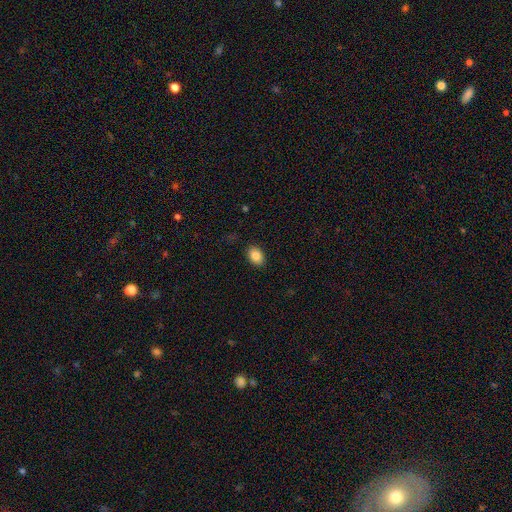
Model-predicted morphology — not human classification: Smooth or featured? Predicted: smooth (p=0.85). How rounded? Predicted: in between (p=0.78). Merging? Predicted: none (p=0.89).